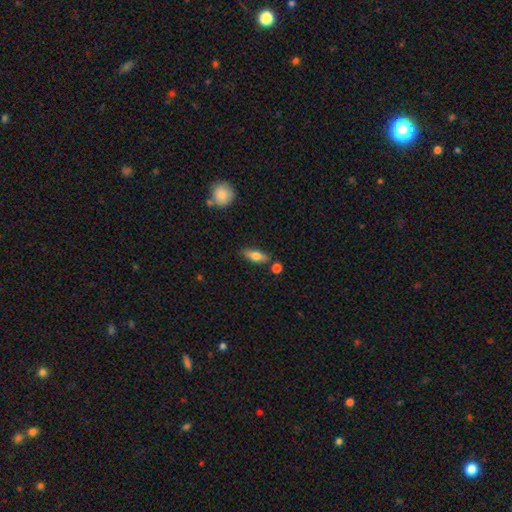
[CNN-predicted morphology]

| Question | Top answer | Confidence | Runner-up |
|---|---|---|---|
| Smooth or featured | smooth | 71% | featured or disk (23%) |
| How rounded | in between | 64% | cigar-shaped (33%) |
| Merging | none | 72% | minor disturbance (16%) |